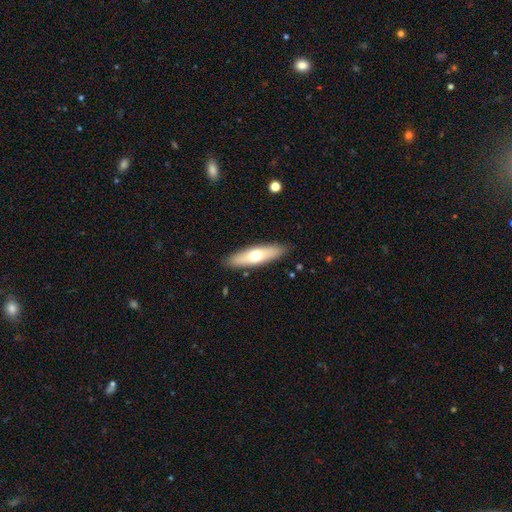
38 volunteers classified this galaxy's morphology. smooth-or-featured: smooth: 53% | featured or disk: 39% | star or artifact: 8%
  how-rounded: cigar-shaped: 55% | in between: 45% | round: 0%
  merging: none: 86% | minor disturbance: 6% | merger: 6% | major disturbance: 3%